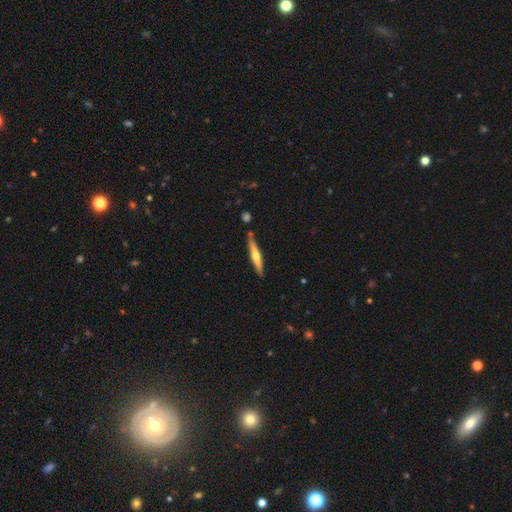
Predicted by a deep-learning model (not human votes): Smooth or featured?
  - featured or disk: 59% *
  - smooth: 36%
  - star or artifact: 5%
Edge-on disk?
  - yes: 96% *
  - no: 4%
Edge-on bulge?
  - rounded: 87% *
  - none: 9%
  - boxy: 4%
Merging?
  - none: 84% *
  - minor disturbance: 10%
  - merger: 4%
  - major disturbance: 2%